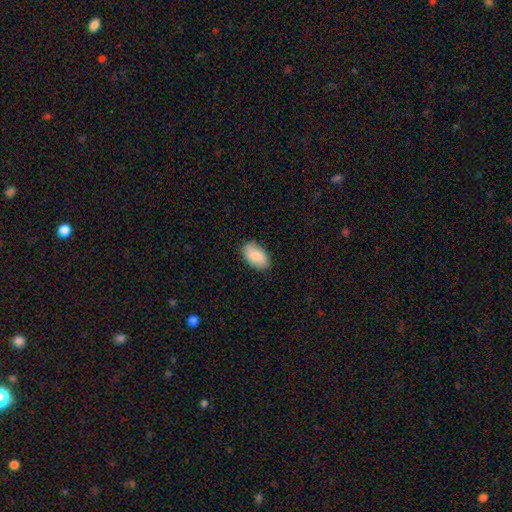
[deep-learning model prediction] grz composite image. It shows a smooth galaxy with no disk features (82%) that is in between round and cigar-shaped (94%). Merging: none (84%).